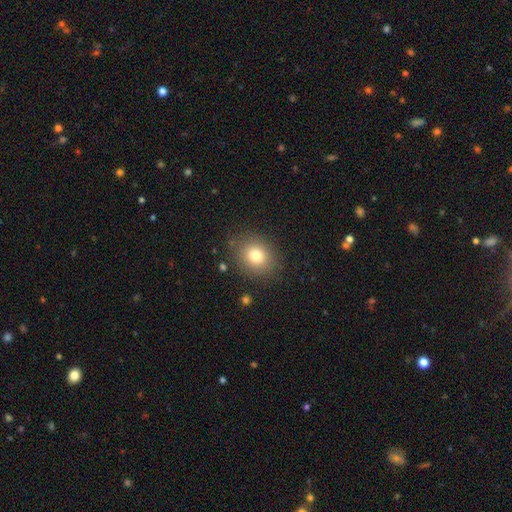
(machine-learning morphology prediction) Overall: smooth (79%). How rounded: round (63%; in between 37%). Merging: none (84%).